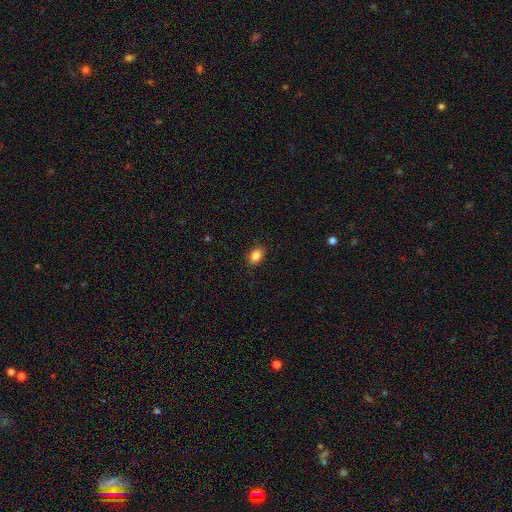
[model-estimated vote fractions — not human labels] This is clearly a smooth galaxy (86%). How rounded: likely in between (68%). Merging: clearly none (88%).